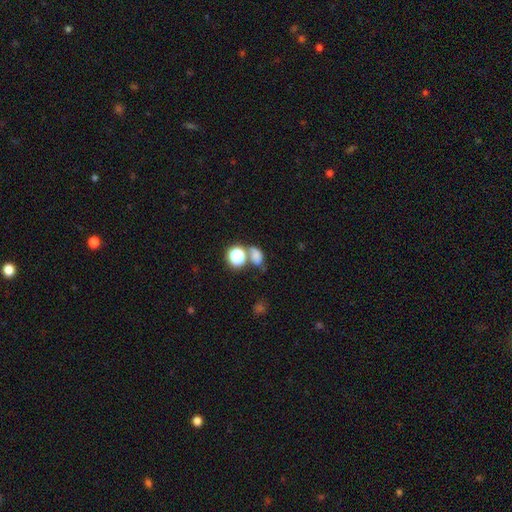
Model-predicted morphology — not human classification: A smooth galaxy with no disk features (71%) that is in between round and cigar-shaped (64%). Merging: none (43%).